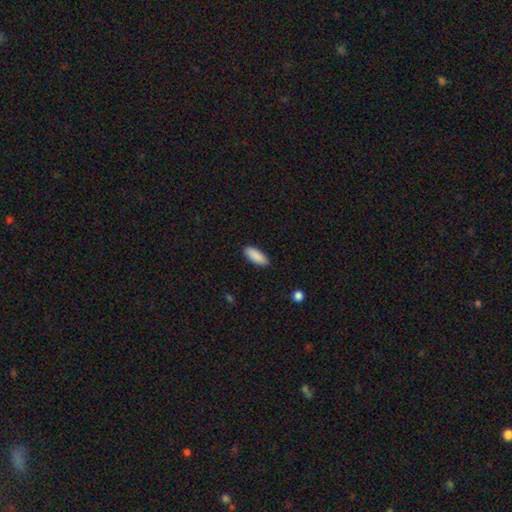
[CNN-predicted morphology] Overall: smooth (90%). How rounded: in between (74%). Merging: none (89%).